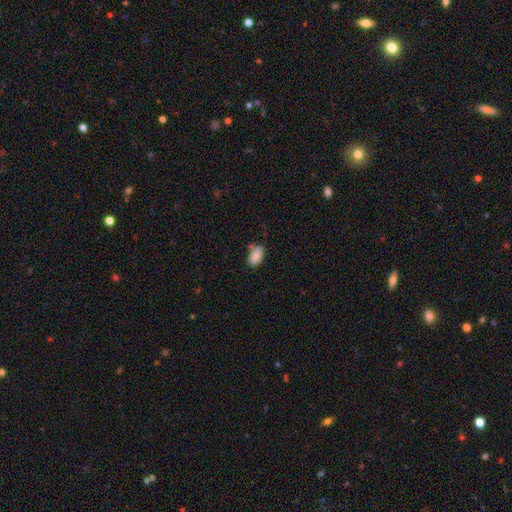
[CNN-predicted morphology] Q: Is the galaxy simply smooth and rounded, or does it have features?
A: smooth — 86%.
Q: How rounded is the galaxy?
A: in between — 93%.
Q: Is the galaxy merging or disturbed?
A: none — 70%.